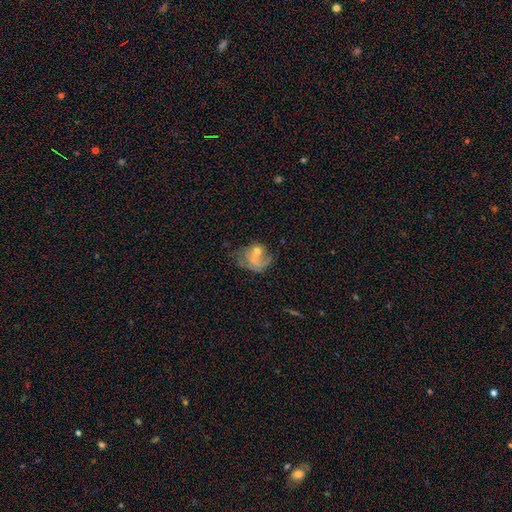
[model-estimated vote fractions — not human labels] Smooth or featured? Predicted: featured or disk (p=0.50). Edge-on disk? Predicted: no (p=0.98). Merging? Predicted: major disturbance (p=0.34).